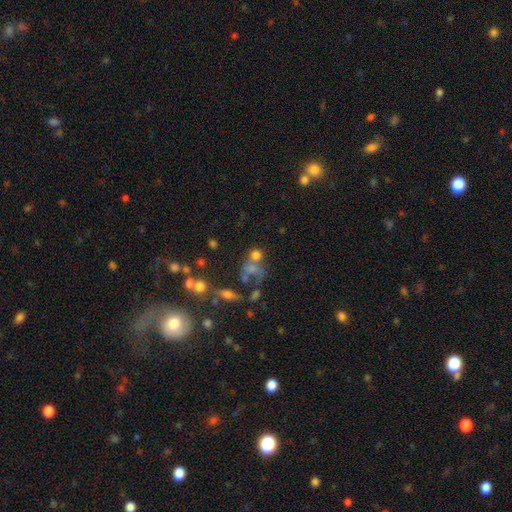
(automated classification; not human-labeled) This appears to be a smooth galaxy with no disk features (61%) that is round (67%). Merging: merger (42%).